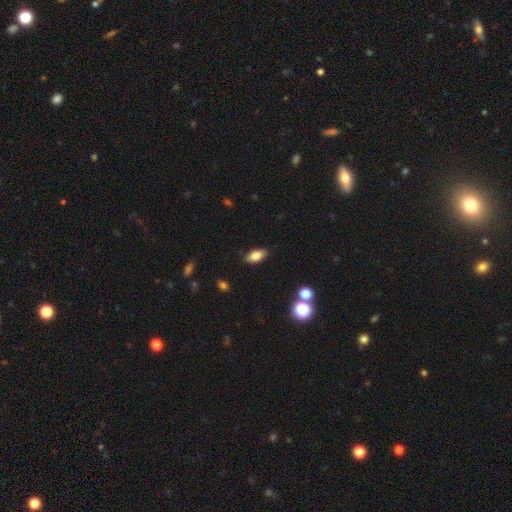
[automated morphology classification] type=smooth (81%); roundness=in between (89%); merging=none (85%).